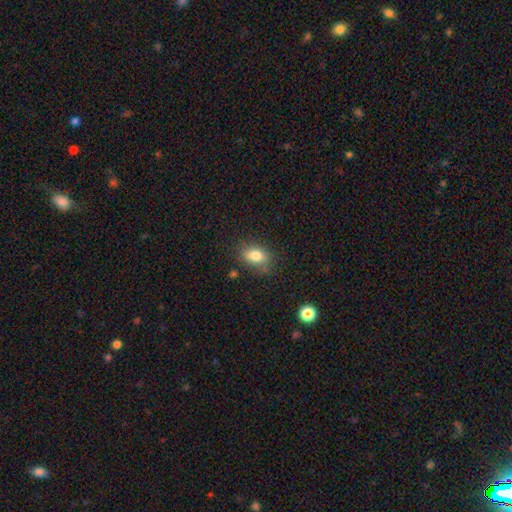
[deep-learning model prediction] smooth_or_featured: smooth (p=0.81) [alt: star or artifact p=0.10]
how_rounded: in between (p=0.78) [alt: round p=0.20]
merging: none (p=0.73) [alt: minor disturbance p=0.19]